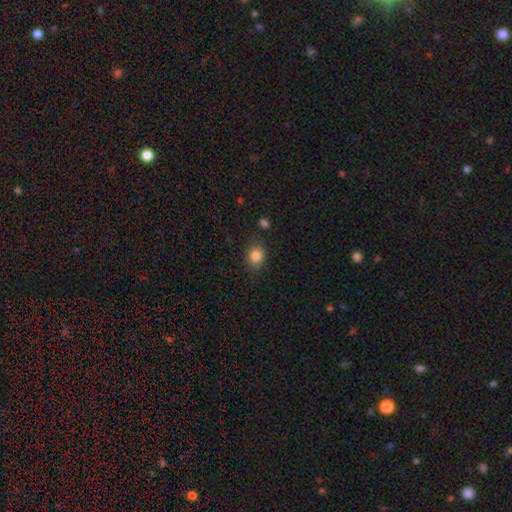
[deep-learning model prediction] smooth-or-featured: smooth: 85% | star or artifact: 10% | featured or disk: 5%
  how-rounded: round: 50% | in between: 49% | cigar-shaped: 1%
  merging: none: 82% | minor disturbance: 12% | major disturbance: 3% | merger: 2%